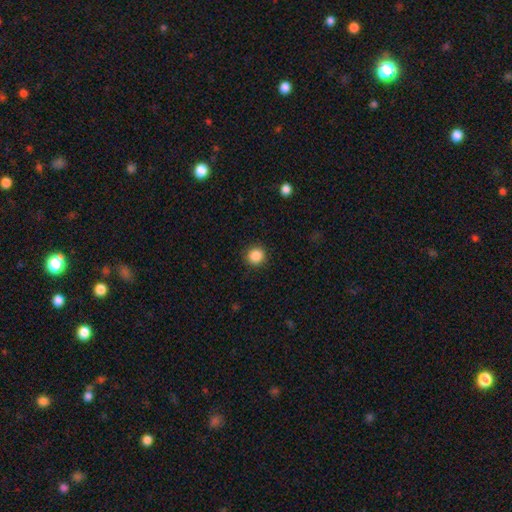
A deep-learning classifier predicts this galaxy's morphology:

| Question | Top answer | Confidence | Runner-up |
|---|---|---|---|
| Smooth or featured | smooth | 87% | star or artifact (10%) |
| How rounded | round | 92% | in between (7%) |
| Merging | none | 91% | minor disturbance (6%) |